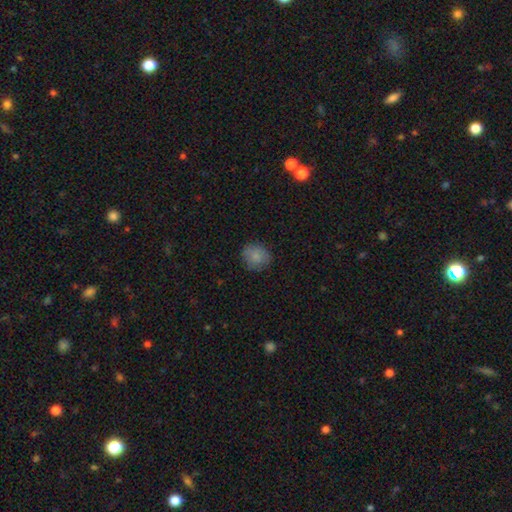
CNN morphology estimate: This appears to be a smooth galaxy with no disk features (84%) that is round (81%). Merging: none (82%).